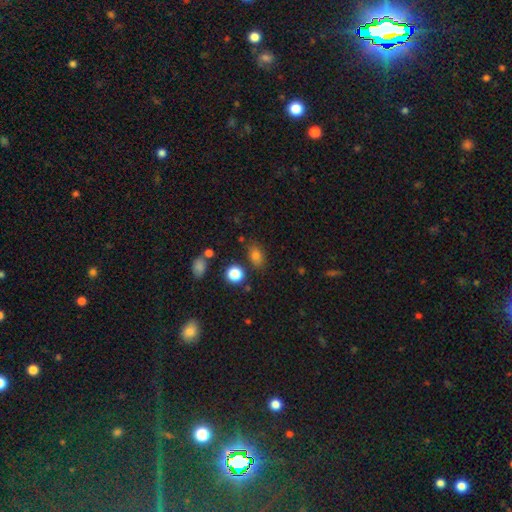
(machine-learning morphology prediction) The model was most divided on "how rounded": in between: 73%, round: 25%, cigar-shaped: 2%. More confident: merging — none (79%); smooth or featured — smooth (77%).